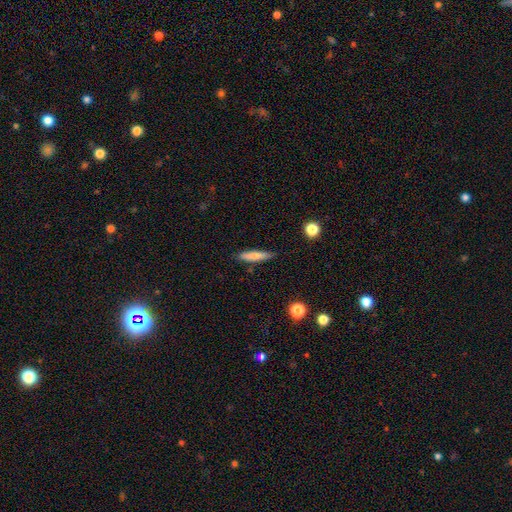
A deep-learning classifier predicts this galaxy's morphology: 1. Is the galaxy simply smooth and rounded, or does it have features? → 77% smooth, 16% featured or disk, 7% star or artifact.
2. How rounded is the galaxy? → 84% cigar-shaped, 14% in between, 2% round.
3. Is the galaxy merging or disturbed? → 84% none, 12% minor disturbance, 2% major disturbance, 2% merger.